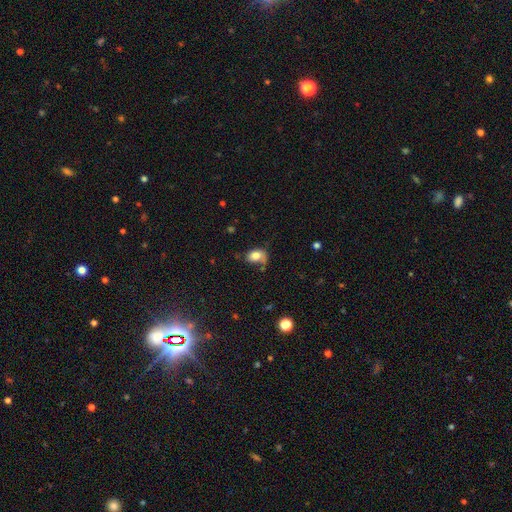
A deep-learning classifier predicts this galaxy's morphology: Q: Smooth or featured?
A: smooth (75%); runner-up: featured or disk (16%)
Q: How rounded?
A: in between (76%); runner-up: round (23%)
Q: Merging?
A: none (44%); runner-up: minor disturbance (30%)